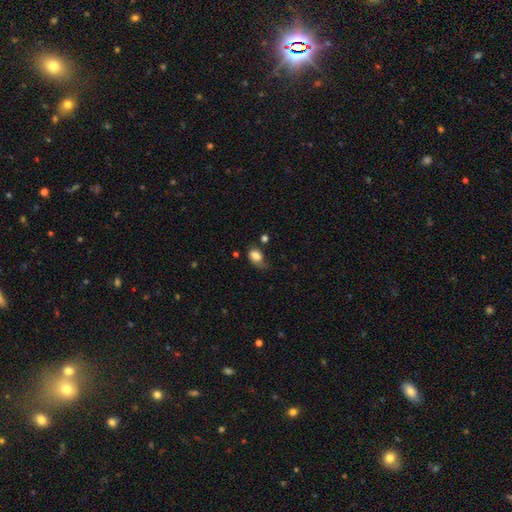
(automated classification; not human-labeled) Smooth or featured: smooth — 80% (featured or disk — 11%)
How rounded: in between — 77% (round — 22%)
Merging: none — 42% (minor disturbance — 36%)